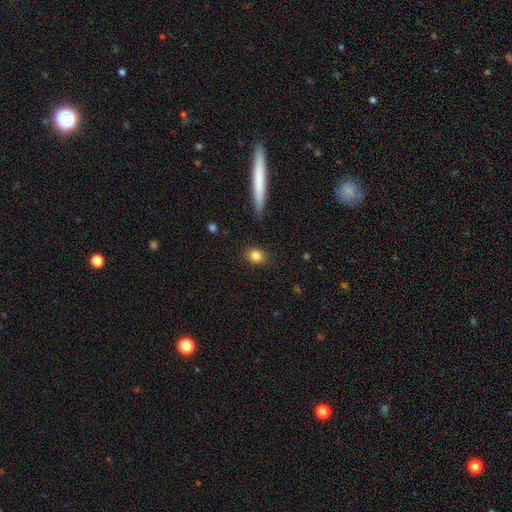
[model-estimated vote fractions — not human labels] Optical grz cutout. It shows a smooth galaxy with no disk features (84%) that is in between round and cigar-shaped (53%). Merging: none (87%).